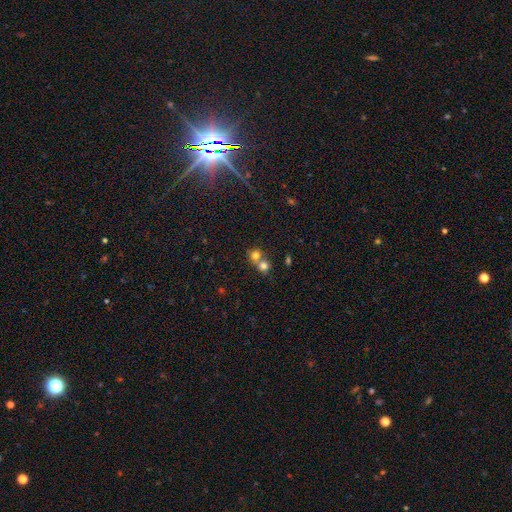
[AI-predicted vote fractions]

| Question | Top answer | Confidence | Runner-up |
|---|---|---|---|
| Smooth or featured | smooth | 74% | star or artifact (14%) |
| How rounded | round | 84% | in between (15%) |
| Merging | merger | 60% | none (33%) |